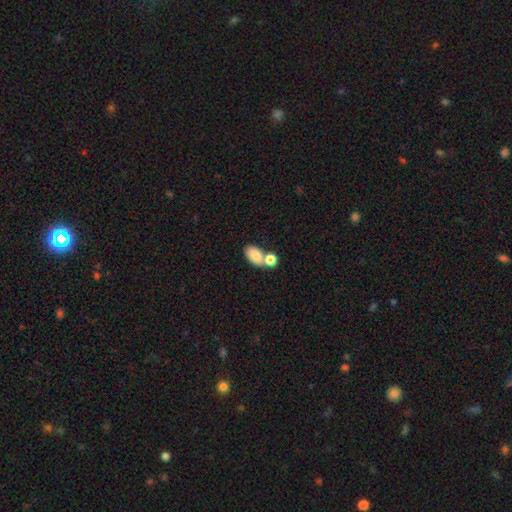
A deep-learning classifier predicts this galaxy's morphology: This appears to be a smooth galaxy with no disk features (82%) that is in between round and cigar-shaped (88%). Merging: none (43%).